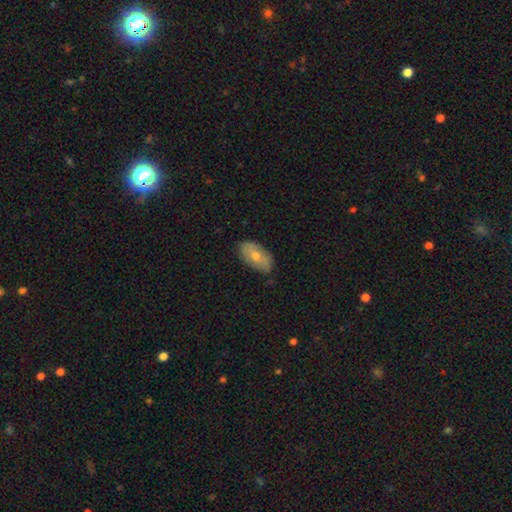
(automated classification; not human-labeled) smooth_or_featured: smooth (p=0.62) [alt: featured or disk p=0.30]
how_rounded: in between (p=0.93) [alt: round p=0.04]
merging: none (p=0.83) [alt: minor disturbance p=0.14]